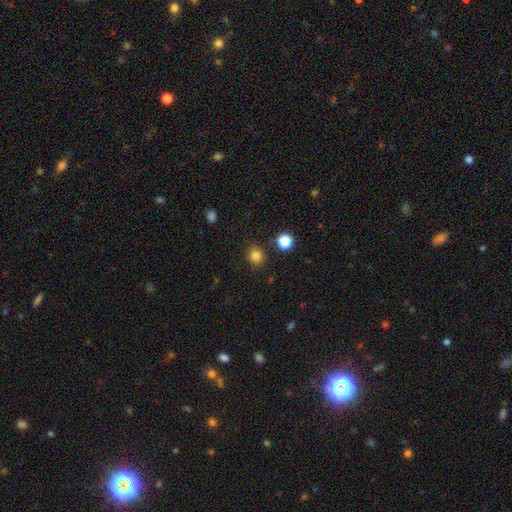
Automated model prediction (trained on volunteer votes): Overall: smooth (82%). How rounded: round (85%). Merging: none (87%).